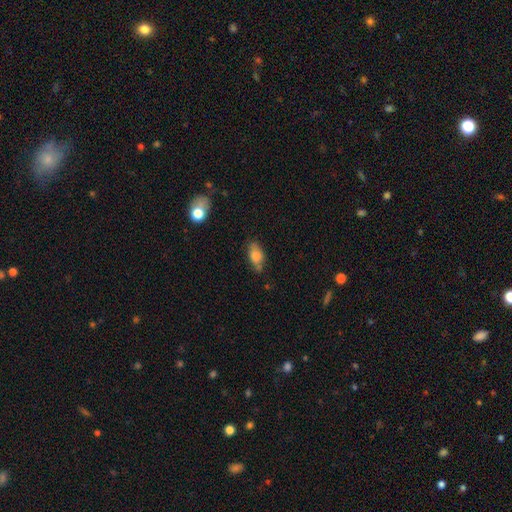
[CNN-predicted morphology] Overall: smooth (75%). How rounded: in between (84%). Merging: none (66%).